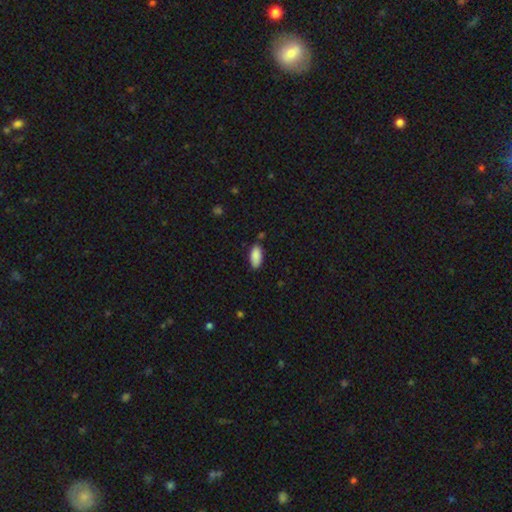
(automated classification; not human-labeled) smooth-or-featured: smooth: 89% | star or artifact: 7% | featured or disk: 4%
  how-rounded: in between: 90% | cigar-shaped: 8% | round: 2%
  merging: none: 81% | minor disturbance: 14% | major disturbance: 3% | merger: 2%